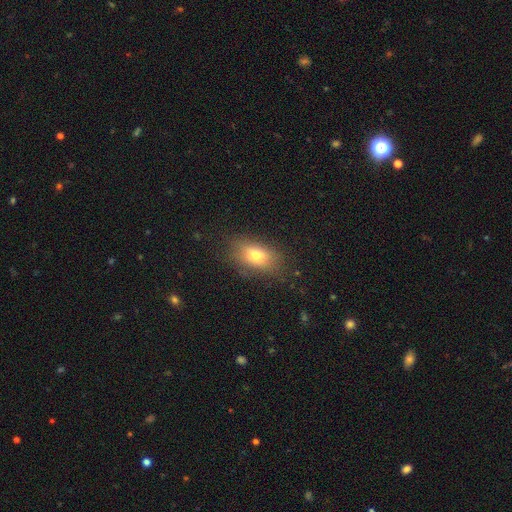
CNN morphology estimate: type=smooth (72%); roundness=in between (81%); merging=none (77%).